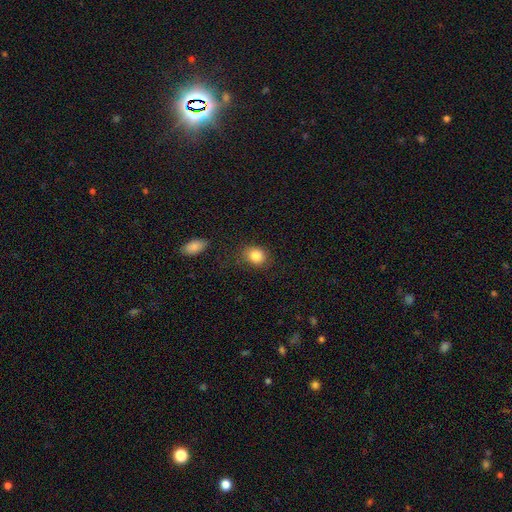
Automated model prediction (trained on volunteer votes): Smooth or featured?
  - smooth: 85% *
  - star or artifact: 10%
  - featured or disk: 6%
How rounded?
  - round: 64% *
  - in between: 35%
  - cigar-shaped: 1%
Merging?
  - none: 77% *
  - minor disturbance: 14%
  - major disturbance: 5%
  - merger: 3%